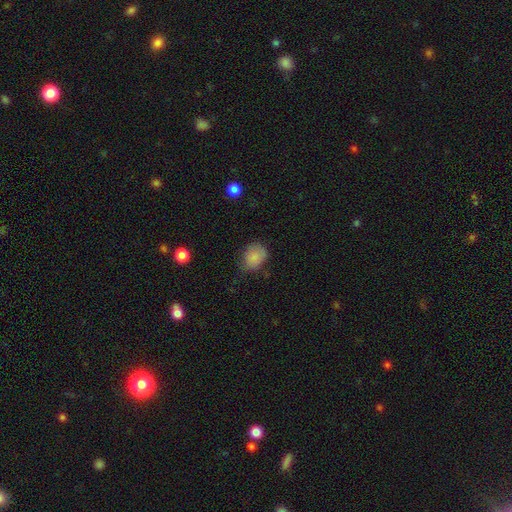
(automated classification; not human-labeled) Smooth or featured? Predicted: smooth (p=0.84). How rounded? Predicted: in between (p=0.54). Merging? Predicted: none (p=0.58).